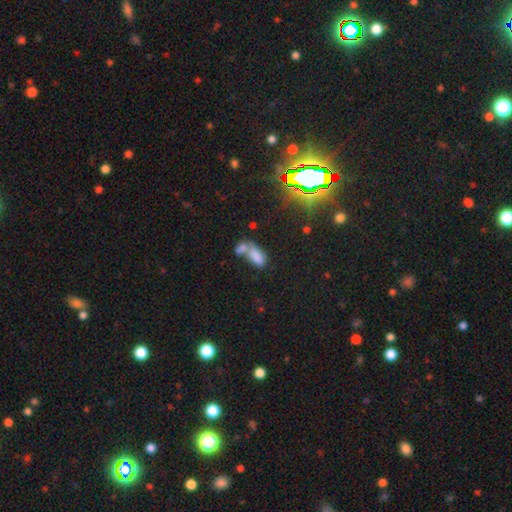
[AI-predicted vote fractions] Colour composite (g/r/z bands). It shows a smooth galaxy with no disk features (76%) that is in between round and cigar-shaped (90%). Merging: merger (61%).